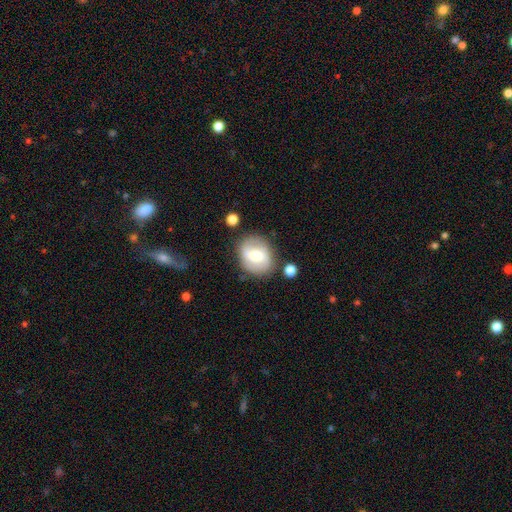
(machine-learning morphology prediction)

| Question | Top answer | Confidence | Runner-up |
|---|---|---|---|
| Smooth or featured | smooth | 49% | featured or disk (43%) |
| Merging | none | 77% | minor disturbance (14%) |